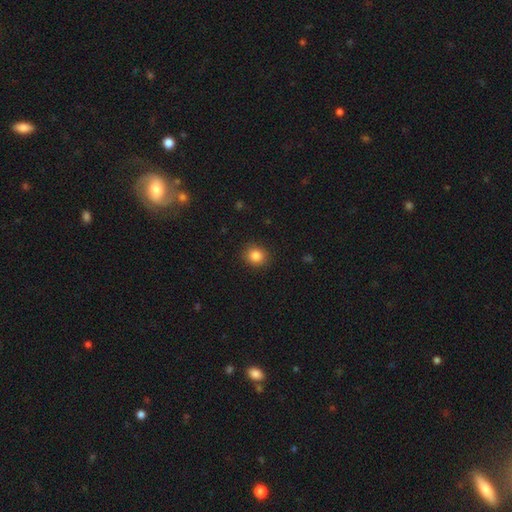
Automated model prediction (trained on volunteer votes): Smooth or featured? smooth (85%)
How rounded? round (78%)
Merging? none (90%)